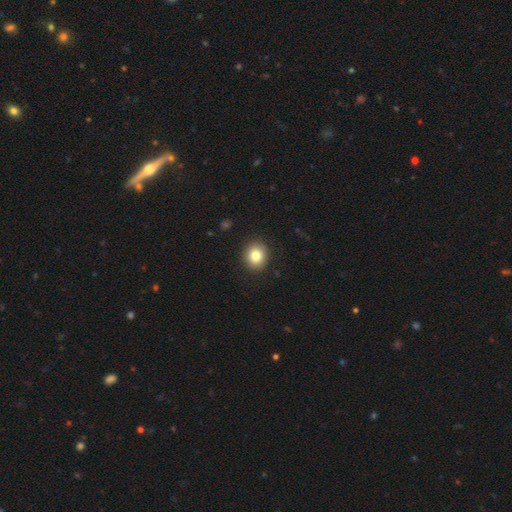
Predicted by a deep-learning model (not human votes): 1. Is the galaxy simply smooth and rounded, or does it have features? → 83% smooth, 9% star or artifact, 8% featured or disk.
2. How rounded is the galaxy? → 70% round, 29% in between, 1% cigar-shaped.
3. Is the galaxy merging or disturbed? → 90% none, 7% minor disturbance, 2% major disturbance, 1% merger.